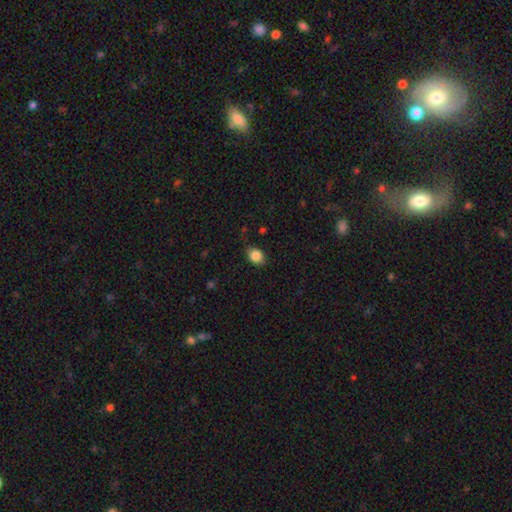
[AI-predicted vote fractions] Smooth or featured? smooth (85%)
How rounded? in between (57%)
Merging? none (76%)